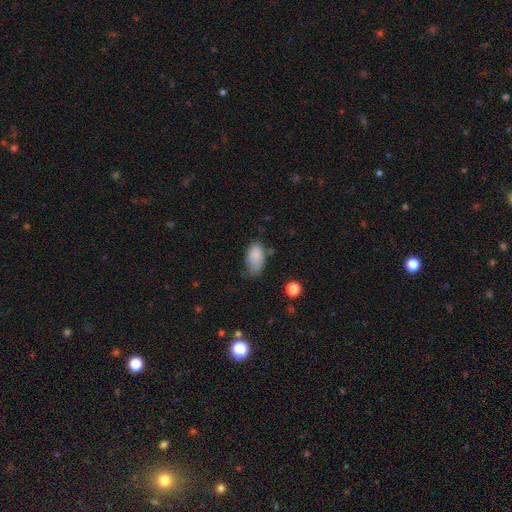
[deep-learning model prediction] Overall: smooth (83%). How rounded: in between (93%). Merging: none (49%; minor disturbance 35%).